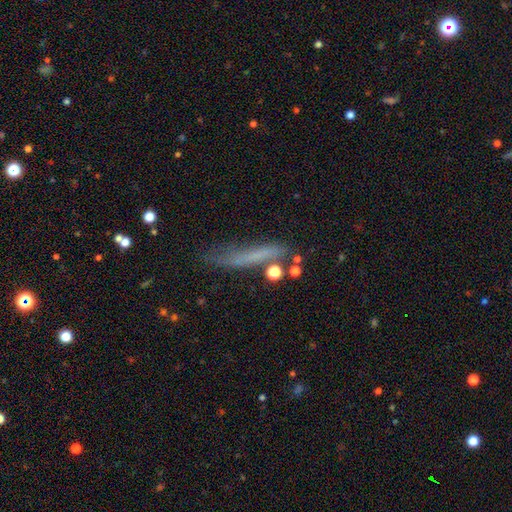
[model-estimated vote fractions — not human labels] Smooth or featured?
  - smooth: 52% *
  - featured or disk: 35%
  - star or artifact: 13%
How rounded?
  - cigar-shaped: 88% *
  - in between: 9%
  - round: 3%
Merging?
  - none: 55% *
  - minor disturbance: 25%
  - major disturbance: 14%
  - merger: 7%